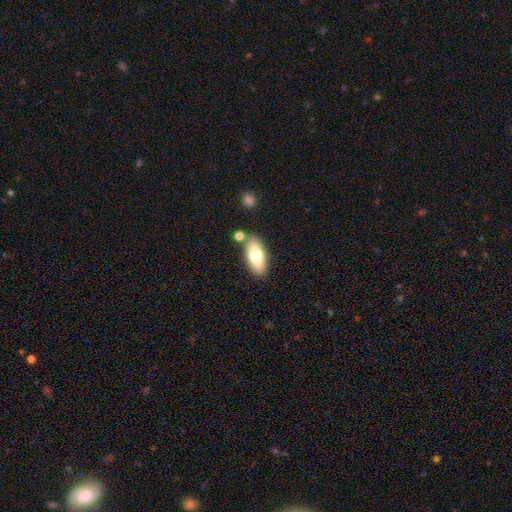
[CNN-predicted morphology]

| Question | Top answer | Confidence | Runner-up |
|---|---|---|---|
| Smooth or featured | smooth | 70% | featured or disk (23%) |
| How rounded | in between | 87% | cigar-shaped (9%) |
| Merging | none | 79% | minor disturbance (11%) |